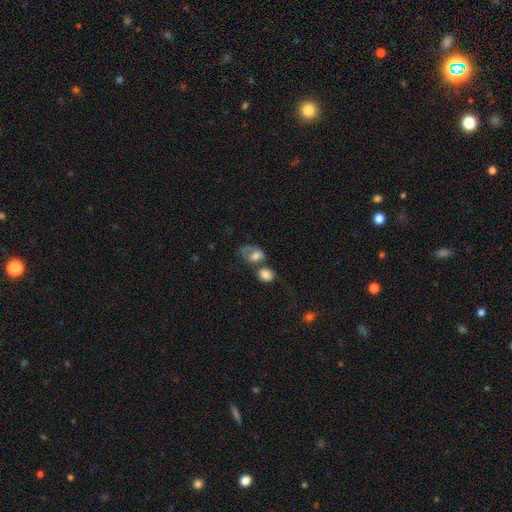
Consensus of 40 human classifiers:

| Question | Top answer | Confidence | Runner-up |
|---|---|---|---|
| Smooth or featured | smooth | 68% | featured or disk (25%) |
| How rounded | round | 56% | in between (44%) |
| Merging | merger | 46% | none (24%) |